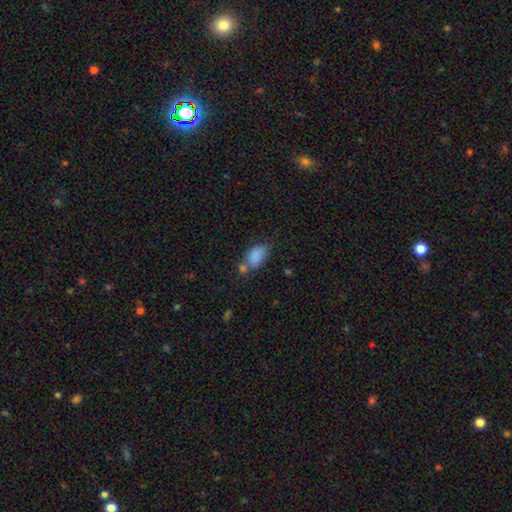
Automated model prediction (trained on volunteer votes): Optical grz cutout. It shows a smooth galaxy with no disk features (84%) that is in between round and cigar-shaped (89%). Merging: none (41%).